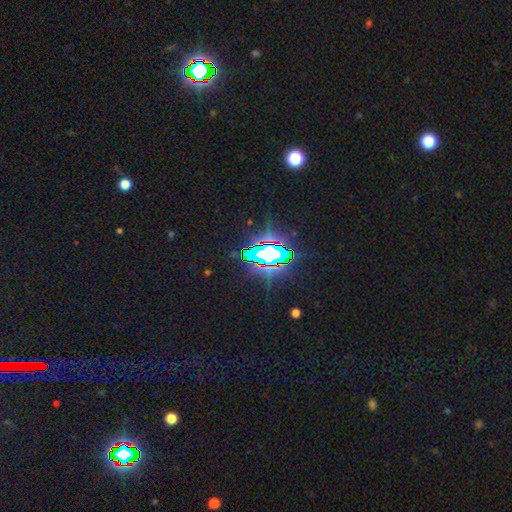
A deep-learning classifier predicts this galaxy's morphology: Q: Smooth or featured?
A: star or artifact (80%); runner-up: smooth (11%)